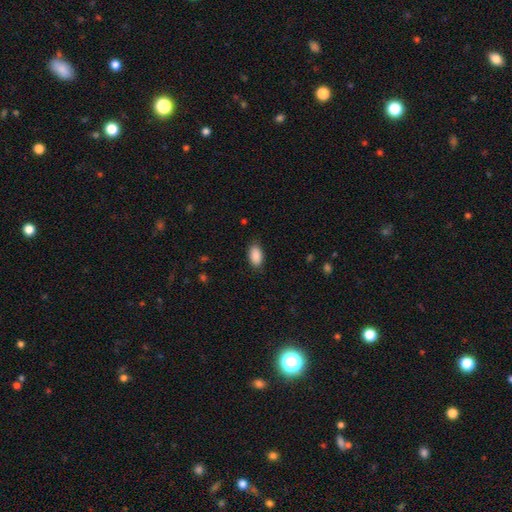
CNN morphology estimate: smooth_or_featured: smooth (p=0.90) [alt: star or artifact p=0.07]
how_rounded: in between (p=0.93) [alt: round p=0.05]
merging: none (p=0.83) [alt: minor disturbance p=0.13]